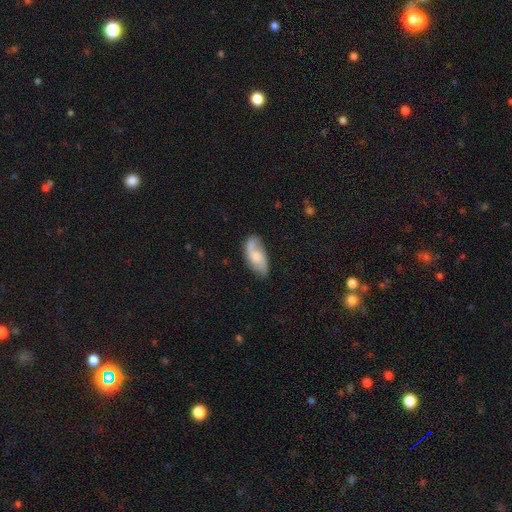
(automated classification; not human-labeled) smooth-or-featured: featured or disk: 48% | smooth: 45% | star or artifact: 7%
  merging: none: 68% | minor disturbance: 23% | major disturbance: 6% | merger: 2%